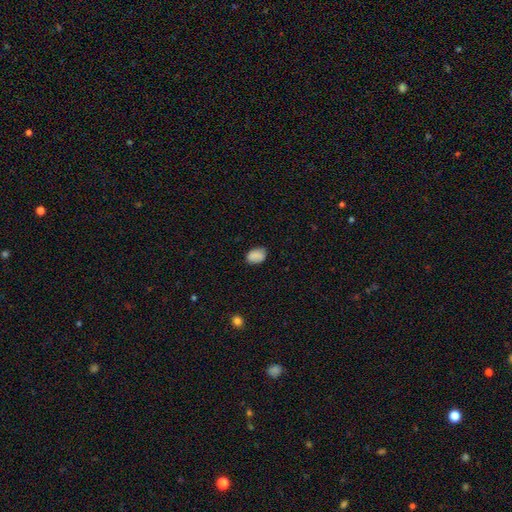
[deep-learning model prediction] Q: Smooth or featured?
A: smooth (88%); runner-up: star or artifact (8%)
Q: How rounded?
A: in between (80%); runner-up: round (19%)
Q: Merging?
A: none (82%); runner-up: minor disturbance (14%)